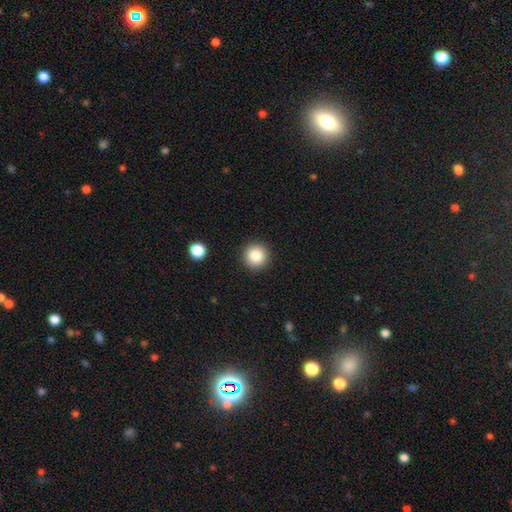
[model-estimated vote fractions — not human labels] Morphology: type=smooth (85%); roundness=round (96%); merging=none (92%).